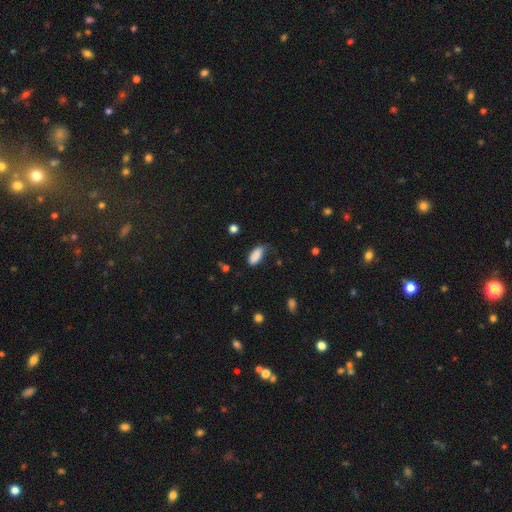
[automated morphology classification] Q: Smooth or featured?
A: smooth (87%); runner-up: star or artifact (8%)
Q: How rounded?
A: in between (89%); runner-up: cigar-shaped (9%)
Q: Merging?
A: none (56%); runner-up: minor disturbance (33%)